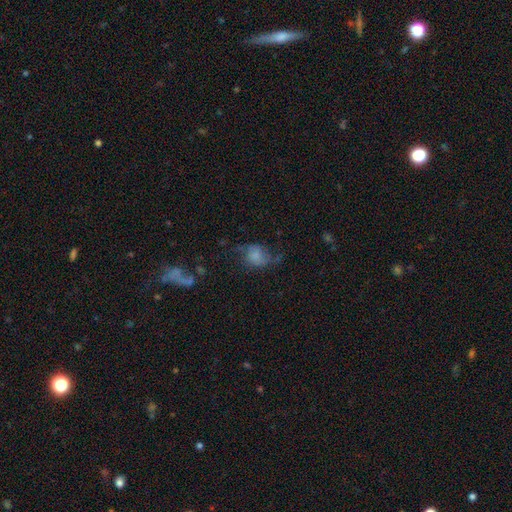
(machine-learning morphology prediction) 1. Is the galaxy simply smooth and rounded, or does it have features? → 50% smooth, 38% featured or disk, 13% star or artifact.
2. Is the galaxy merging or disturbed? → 42% none, 30% major disturbance, 25% minor disturbance, 3% merger.